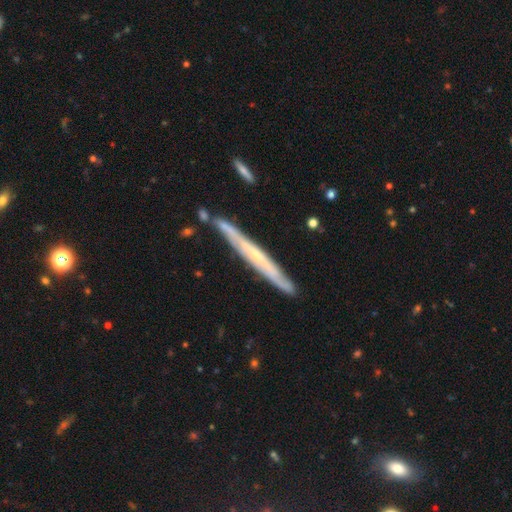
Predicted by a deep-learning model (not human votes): Overall: featured or disk (71%). Edge-on disk: yes (90%). Edge-on bulge: none (56%; rounded 40%). Merging: none (82%).